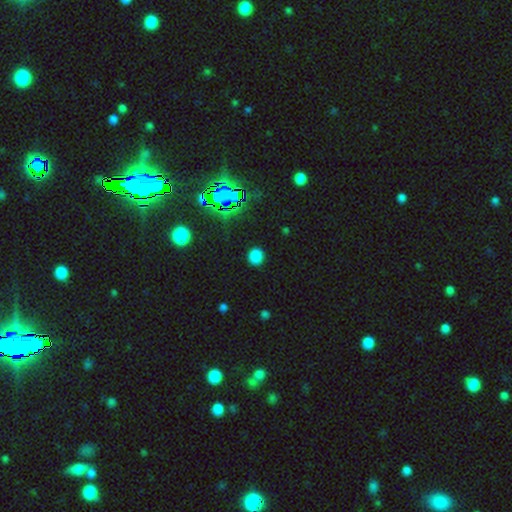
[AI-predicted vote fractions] Smooth or featured: smooth — 76% (star or artifact — 20%)
How rounded: round — 84% (in between — 15%)
Merging: none — 88% (minor disturbance — 8%)